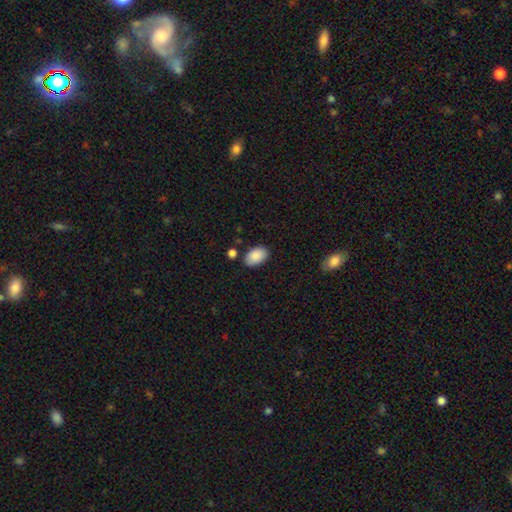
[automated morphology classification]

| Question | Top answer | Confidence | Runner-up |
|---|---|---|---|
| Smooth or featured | smooth | 88% | star or artifact (7%) |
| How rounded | in between | 92% | round (7%) |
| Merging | none | 81% | minor disturbance (12%) |